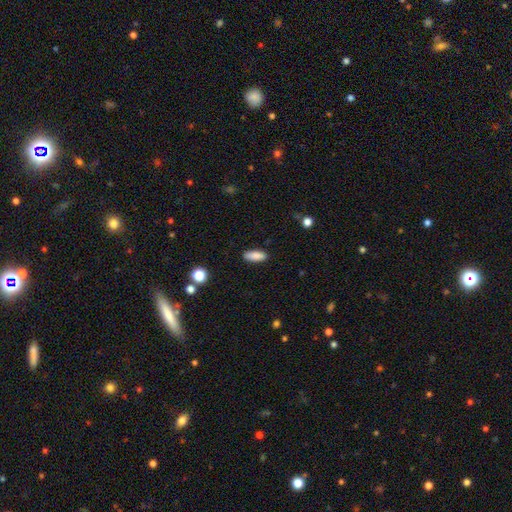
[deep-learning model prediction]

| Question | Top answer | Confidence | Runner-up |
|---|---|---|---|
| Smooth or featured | smooth | 88% | star or artifact (7%) |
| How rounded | in between | 73% | cigar-shaped (24%) |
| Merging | none | 87% | minor disturbance (9%) |